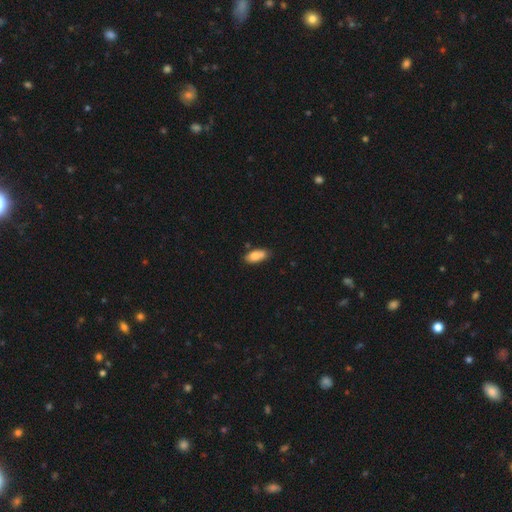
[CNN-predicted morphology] smooth_or_featured: smooth (p=0.78) [alt: featured or disk p=0.14]
how_rounded: in between (p=0.87) [alt: cigar-shaped p=0.10]
merging: none (p=0.67) [alt: minor disturbance p=0.20]